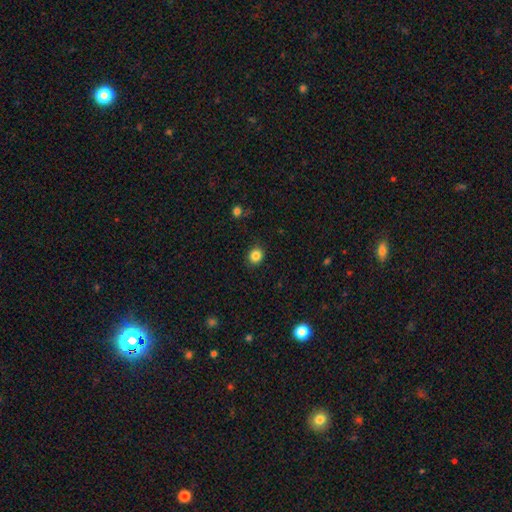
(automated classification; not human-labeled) smooth 85%, star or artifact 11%, featured or disk 4%. Down the decision tree: how rounded — round (76%); merging — none (88%).